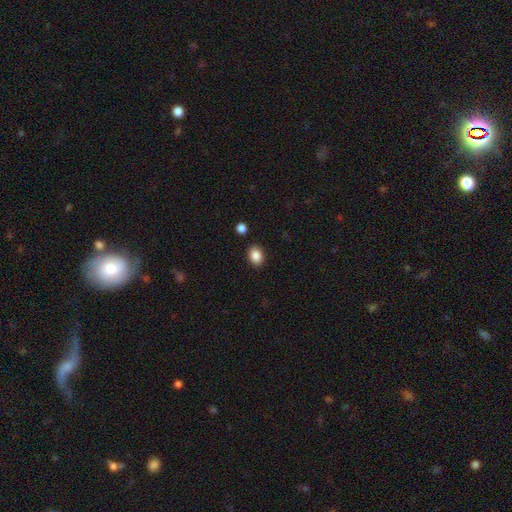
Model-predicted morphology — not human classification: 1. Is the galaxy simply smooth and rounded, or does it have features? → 87% smooth, 8% star or artifact, 4% featured or disk.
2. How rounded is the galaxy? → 70% in between, 29% round, 1% cigar-shaped.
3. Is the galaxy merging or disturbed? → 87% none, 8% minor disturbance, 2% merger, 2% major disturbance.